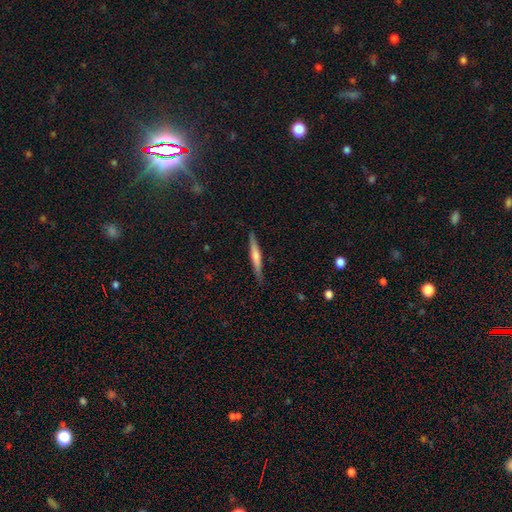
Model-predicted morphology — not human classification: Smooth or featured?
  - smooth: 49% *
  - featured or disk: 45%
  - star or artifact: 6%
Merging?
  - none: 88% *
  - minor disturbance: 9%
  - major disturbance: 2%
  - merger: 1%